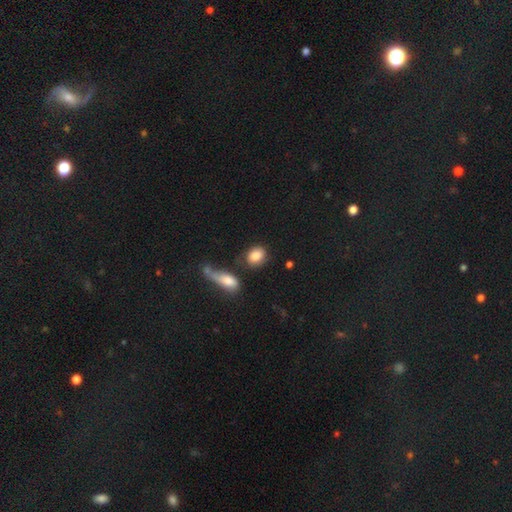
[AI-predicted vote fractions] Smooth or featured: smooth — 83% (featured or disk — 9%)
How rounded: in between — 61% (round — 36%)
Merging: none — 58% (merger — 18%)